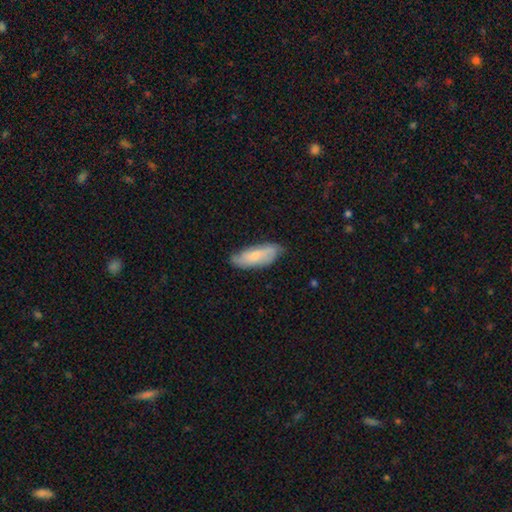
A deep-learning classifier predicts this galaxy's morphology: Smooth or featured? smooth (54%)
How rounded? in between (71%)
Merging? none (71%)